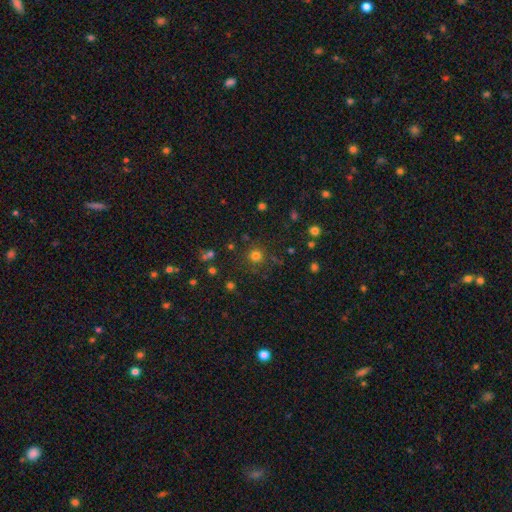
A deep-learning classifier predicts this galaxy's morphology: Smooth or featured?
  - smooth: 73% *
  - star or artifact: 21%
  - featured or disk: 5%
How rounded?
  - round: 94% *
  - in between: 5%
  - cigar-shaped: 1%
Merging?
  - none: 85% *
  - minor disturbance: 8%
  - major disturbance: 4%
  - merger: 3%